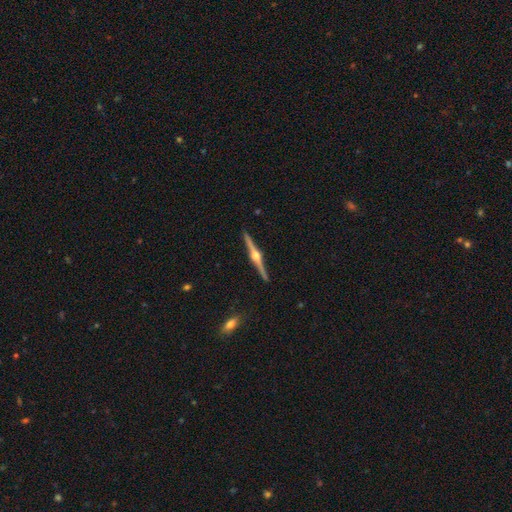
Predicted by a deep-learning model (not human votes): smooth_or_featured: featured or disk (p=0.88) [alt: smooth p=0.08]
disk_edge_on: yes (p=0.99) [alt: no p=0.01]
edge_on_bulge: rounded (p=0.96) [alt: boxy p=0.03]
merging: none (p=0.93) [alt: minor disturbance p=0.05]